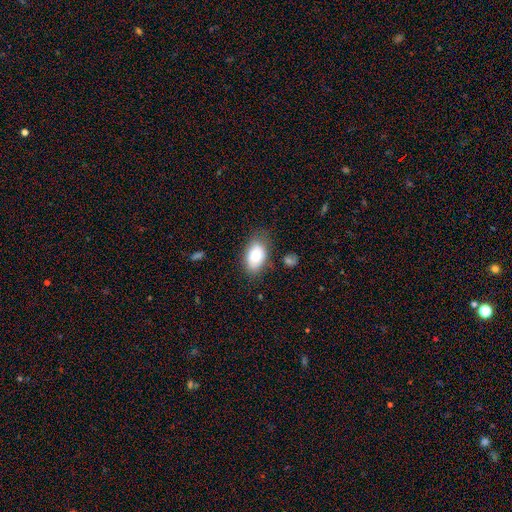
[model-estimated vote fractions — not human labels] Overall: smooth (79%). How rounded: in between (90%). Merging: none (71%).